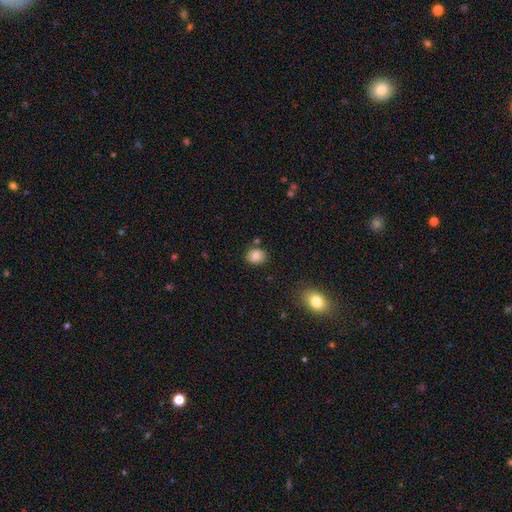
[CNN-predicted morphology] Smooth or featured? Predicted: smooth (p=0.83). How rounded? Predicted: round (p=0.56). Merging? Predicted: none (p=0.80).